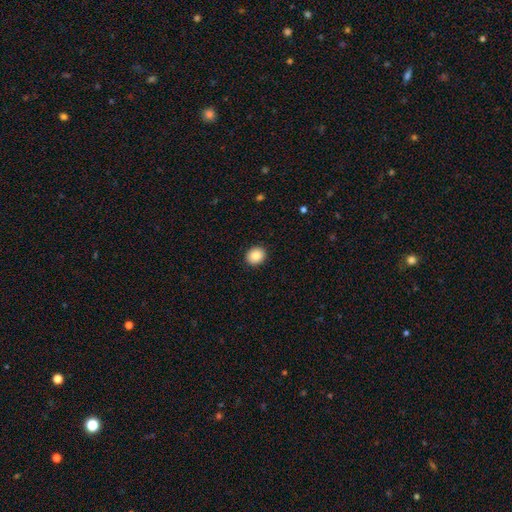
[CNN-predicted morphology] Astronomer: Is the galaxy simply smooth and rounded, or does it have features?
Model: smooth — 87%.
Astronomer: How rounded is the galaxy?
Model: round — 74%.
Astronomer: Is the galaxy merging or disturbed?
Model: none — 92%.